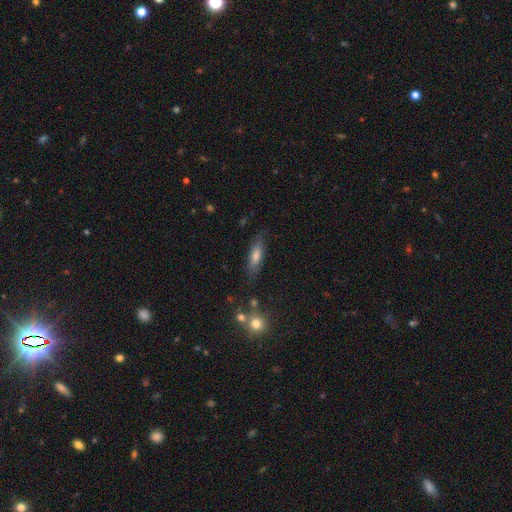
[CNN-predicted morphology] A smooth galaxy with no disk features (66%) that is cigar-shaped (58%).

Vote fractions:
- Smooth or featured? smooth: 66% / featured or disk: 26% / star or artifact: 8%
- How rounded? cigar-shaped: 58% / in between: 39% / round: 3%
- Merging? none: 80% / minor disturbance: 14% / major disturbance: 4% / merger: 3%